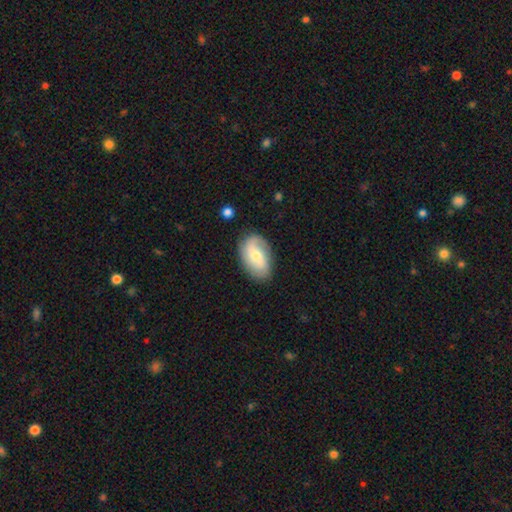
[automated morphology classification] A featured or disk galaxy (54%) with no bar (46%), spiral arms (82%) and a moderate central bulge (53%). Merging: none (80%).